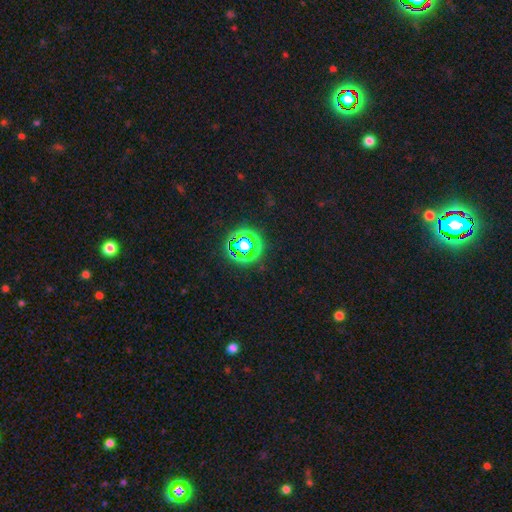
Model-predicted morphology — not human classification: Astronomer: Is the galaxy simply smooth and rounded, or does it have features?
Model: star or artifact — 79%.